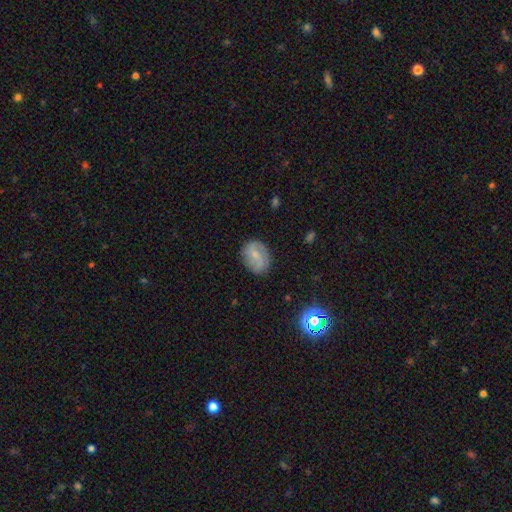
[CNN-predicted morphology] smooth_or_featured: smooth (p=0.49) [alt: featured or disk p=0.42]
merging: none (p=0.78) [alt: minor disturbance p=0.16]